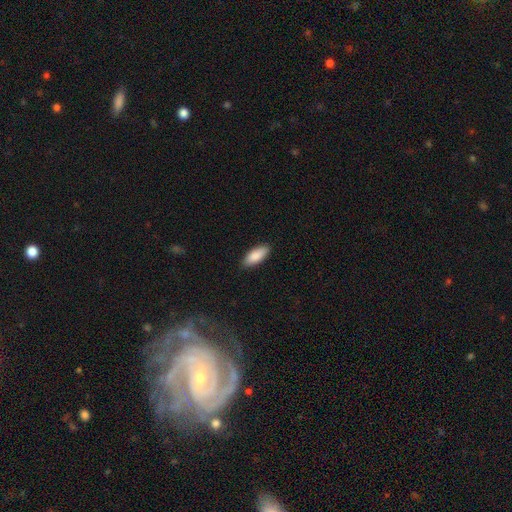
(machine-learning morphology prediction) Smooth or featured? Predicted: smooth (p=0.89). How rounded? Predicted: in between (p=0.78). Merging? Predicted: none (p=0.88).